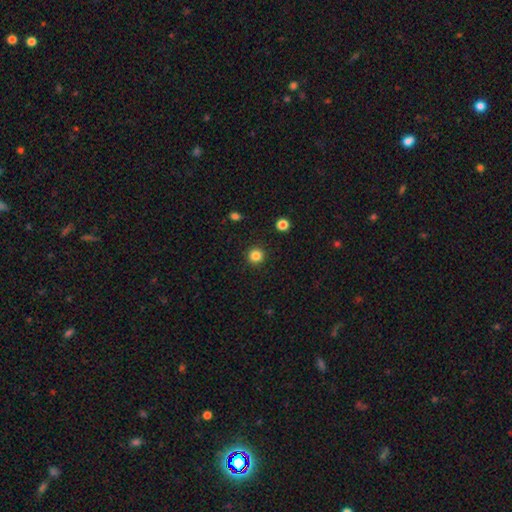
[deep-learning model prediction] smooth-or-featured: smooth: 83% | star or artifact: 12% | featured or disk: 4%
  how-rounded: round: 95% | in between: 4% | cigar-shaped: 1%
  merging: none: 92% | minor disturbance: 5% | major disturbance: 2% | merger: 1%